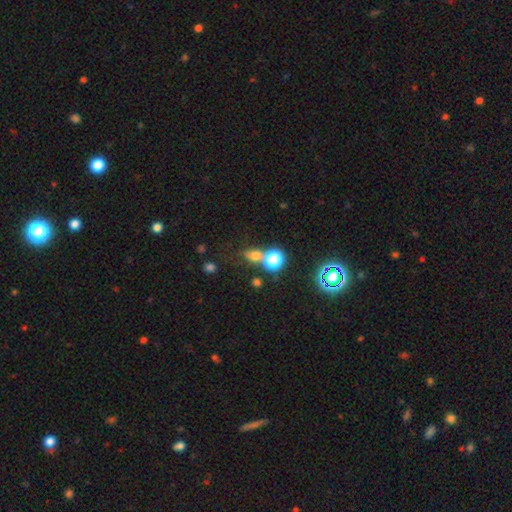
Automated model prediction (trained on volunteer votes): Smooth or featured?
  - smooth: 60% *
  - star or artifact: 29%
  - featured or disk: 11%
How rounded?
  - round: 55% *
  - in between: 41%
  - cigar-shaped: 3%
Merging?
  - none: 52% *
  - merger: 28%
  - minor disturbance: 12%
  - major disturbance: 8%